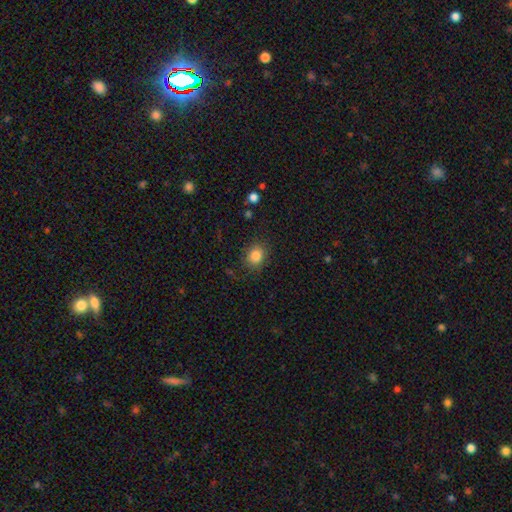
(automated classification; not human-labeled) Smooth or featured? Predicted: smooth (p=0.84). How rounded? Predicted: round (p=0.60). Merging? Predicted: none (p=0.82).